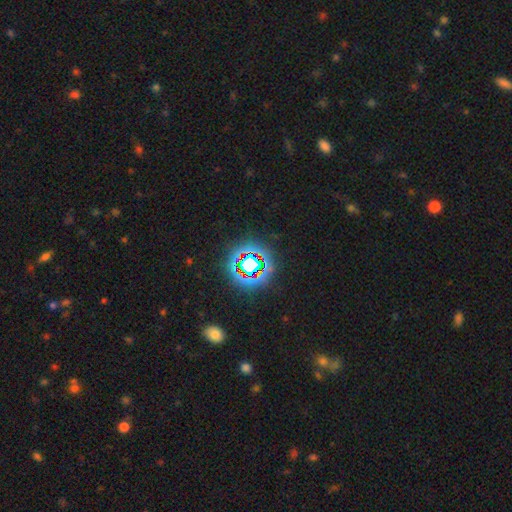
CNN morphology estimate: star or artifact 73%, smooth 17%, featured or disk 10%.